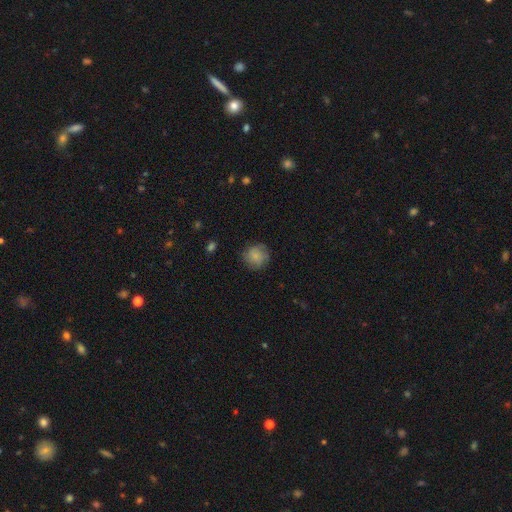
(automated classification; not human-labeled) smooth-or-featured: smooth: 75% | featured or disk: 16% | star or artifact: 9%
  how-rounded: round: 89% | in between: 10% | cigar-shaped: 1%
  merging: none: 78% | minor disturbance: 16% | major disturbance: 5% | merger: 1%